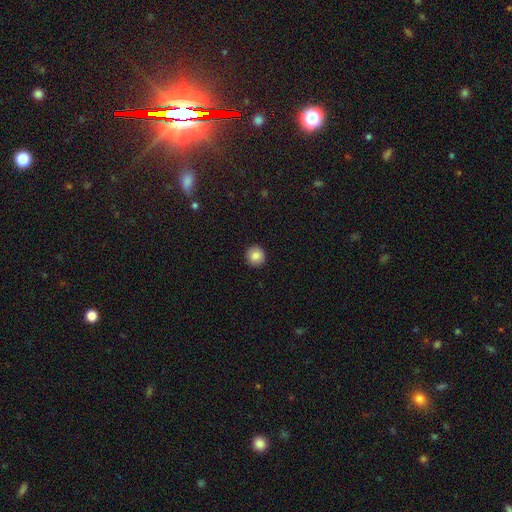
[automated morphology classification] smooth 85%, star or artifact 9%, featured or disk 6%. Down the decision tree: how rounded — round (94%); merging — none (93%).